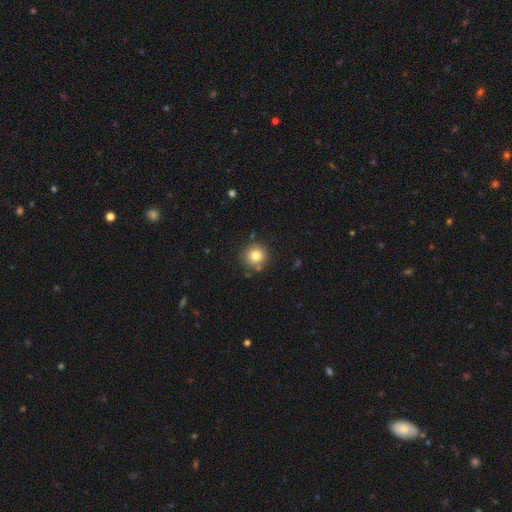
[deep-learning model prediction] smooth_or_featured: smooth (p=0.80) [alt: star or artifact p=0.12]
how_rounded: round (p=0.94) [alt: in between p=0.05]
merging: none (p=0.86) [alt: minor disturbance p=0.08]